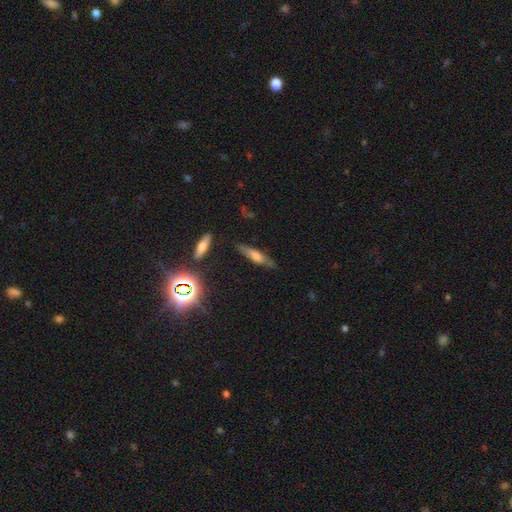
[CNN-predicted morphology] The model was most divided on "smooth or featured": featured or disk: 45%, smooth: 42%, star or artifact: 14%. More confident: merging — none (79%).